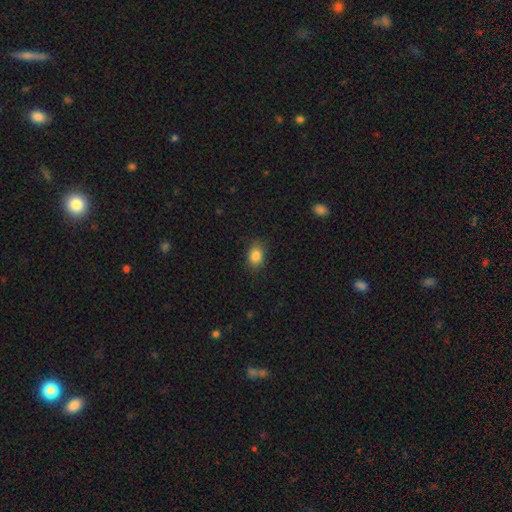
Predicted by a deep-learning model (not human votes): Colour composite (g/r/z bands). It shows a smooth galaxy with no disk features (85%) that is in between round and cigar-shaped (65%). Merging: none (83%).